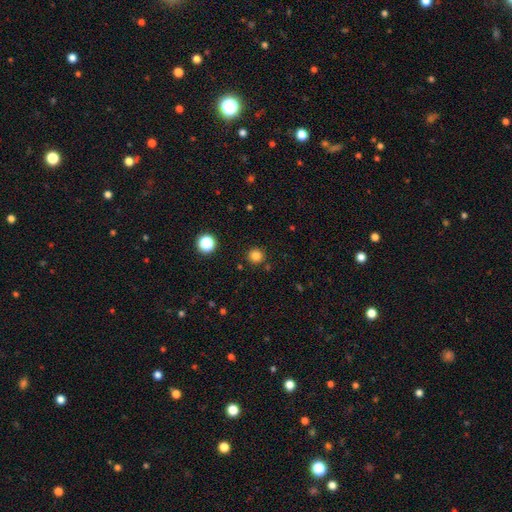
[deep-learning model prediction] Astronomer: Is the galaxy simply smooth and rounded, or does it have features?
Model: smooth — 81%.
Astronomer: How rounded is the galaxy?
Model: round — 95%.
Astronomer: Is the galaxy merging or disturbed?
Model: none — 89%.